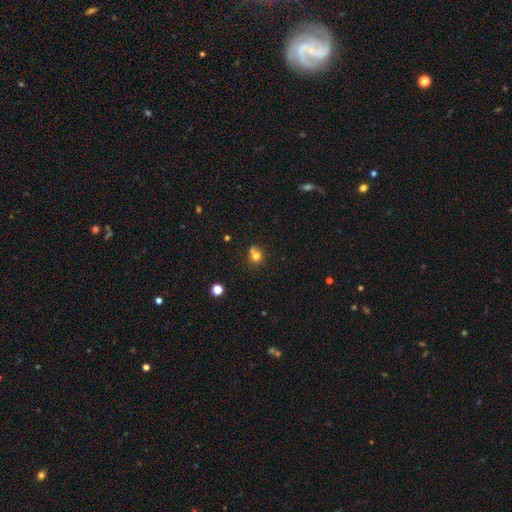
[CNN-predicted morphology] The model was most divided on "merging": none: 49%, merger: 31%, minor disturbance: 14%, major disturbance: 6%. More confident: how rounded — round (81%); smooth or featured — smooth (74%).